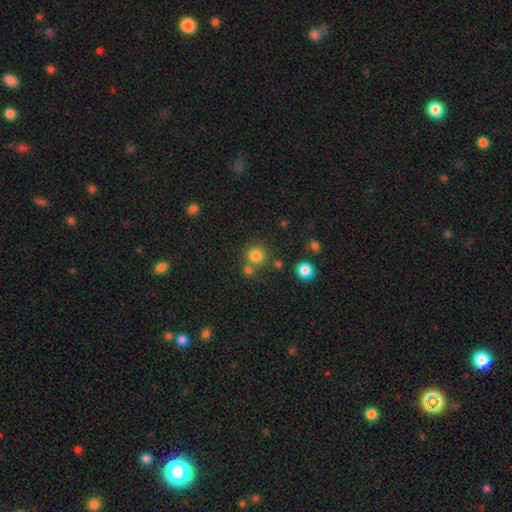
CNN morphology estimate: A smooth galaxy with no disk features (80%) that is round (92%).

Vote fractions:
- Smooth or featured? smooth: 80% / star or artifact: 14% / featured or disk: 6%
- How rounded? round: 92% / in between: 7% / cigar-shaped: 1%
- Merging? none: 72% / merger: 17% / minor disturbance: 8% / major disturbance: 3%